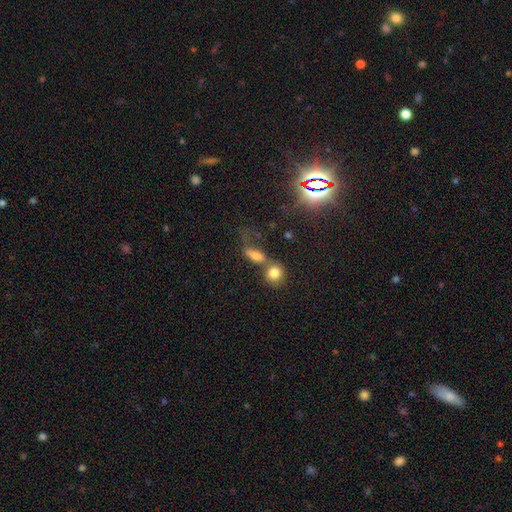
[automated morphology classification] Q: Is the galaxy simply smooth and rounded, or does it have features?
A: smooth — 72%.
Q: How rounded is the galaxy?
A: in between — 64%.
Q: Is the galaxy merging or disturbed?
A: merger — 44%.